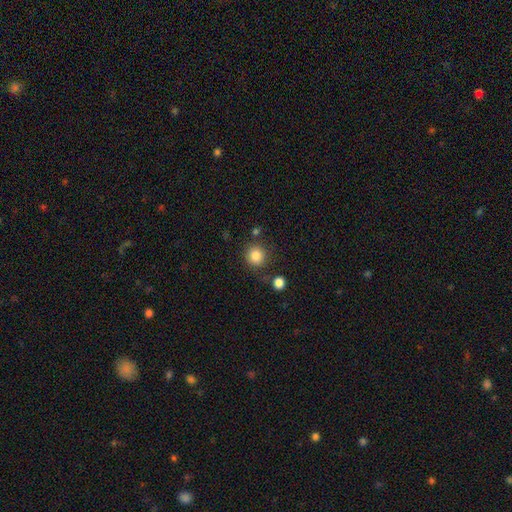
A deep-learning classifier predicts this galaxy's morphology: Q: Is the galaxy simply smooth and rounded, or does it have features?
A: smooth — 84%.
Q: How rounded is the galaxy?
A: round — 92%.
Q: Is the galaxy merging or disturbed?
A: none — 82%.